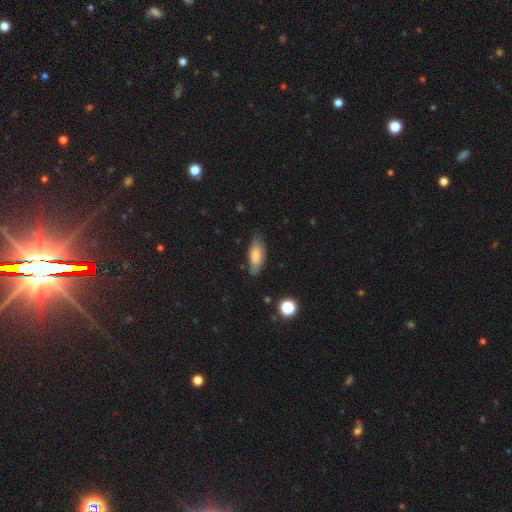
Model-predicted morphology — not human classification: This appears to be a smooth galaxy with no disk features (73%) that is in between round and cigar-shaped (80%). Merging: none (67%).